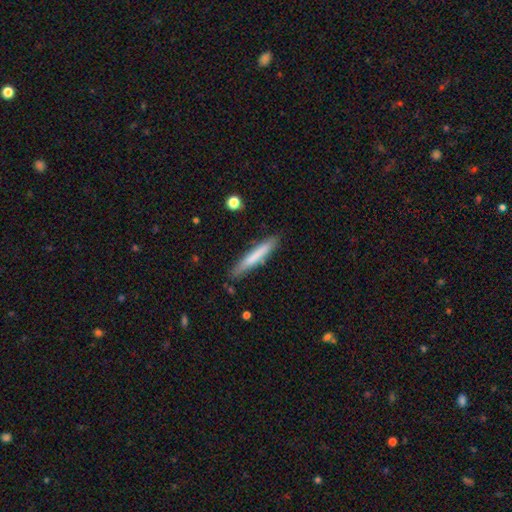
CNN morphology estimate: smooth 70%, featured or disk 24%, star or artifact 6%. Down the decision tree: how rounded — cigar-shaped (94%); merging — none (84%).